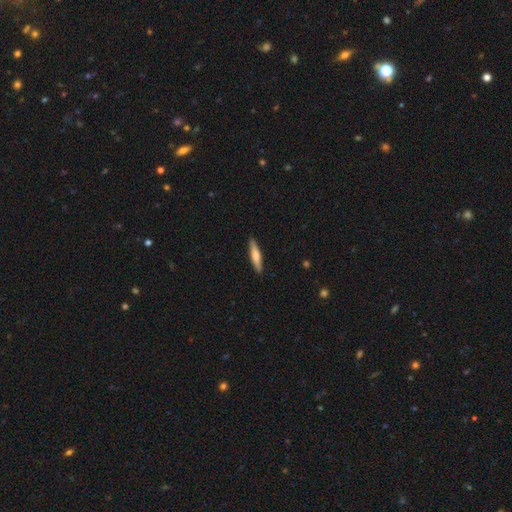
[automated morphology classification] type=smooth (66%); roundness=cigar-shaped (85%); merging=none (89%).